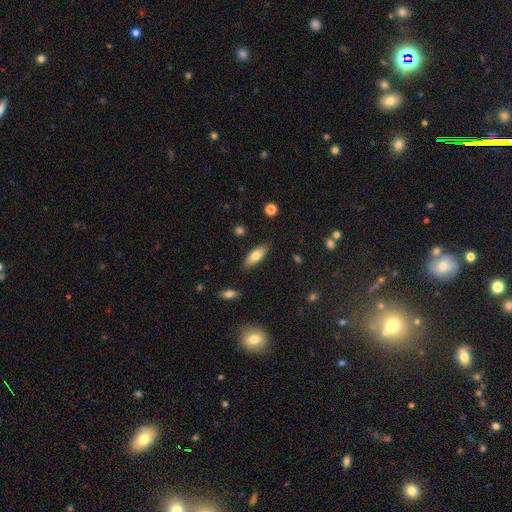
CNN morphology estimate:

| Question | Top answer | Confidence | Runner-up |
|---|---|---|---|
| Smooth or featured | smooth | 74% | featured or disk (19%) |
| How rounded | in between | 72% | cigar-shaped (26%) |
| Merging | none | 85% | minor disturbance (11%) |